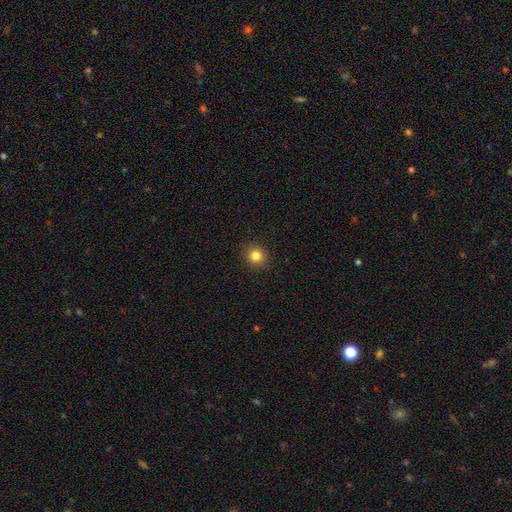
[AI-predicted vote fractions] Smooth or featured?
  - smooth: 83% *
  - star or artifact: 12%
  - featured or disk: 5%
How rounded?
  - round: 88% *
  - in between: 11%
  - cigar-shaped: 1%
Merging?
  - none: 91% *
  - minor disturbance: 6%
  - major disturbance: 2%
  - merger: 1%